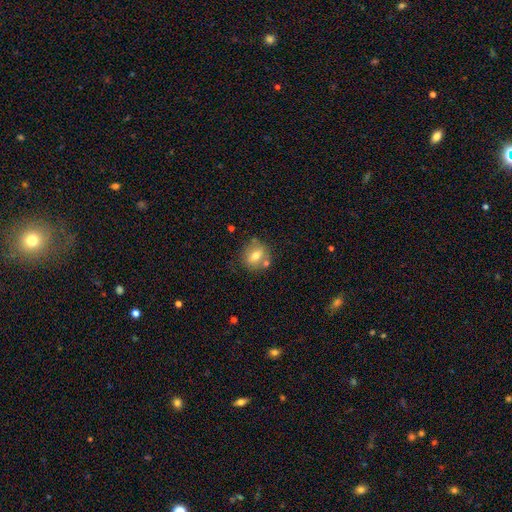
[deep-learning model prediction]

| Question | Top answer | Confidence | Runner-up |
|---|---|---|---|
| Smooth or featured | smooth | 67% | featured or disk (23%) |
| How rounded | round | 74% | in between (25%) |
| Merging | none | 70% | minor disturbance (14%) |